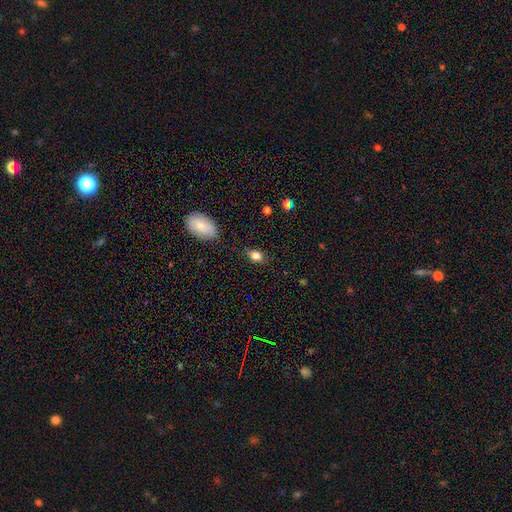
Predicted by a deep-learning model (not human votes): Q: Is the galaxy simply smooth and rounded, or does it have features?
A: smooth — 81%.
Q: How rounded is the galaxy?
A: in between — 74%.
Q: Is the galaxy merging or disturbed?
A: none — 80%.